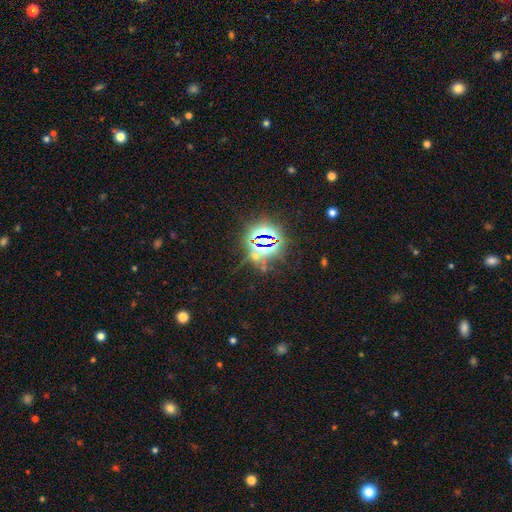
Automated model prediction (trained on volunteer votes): smooth_or_featured: star or artifact (p=0.78) [alt: smooth p=0.13]